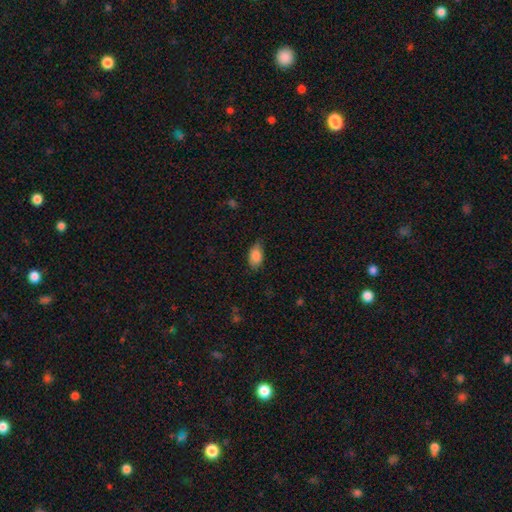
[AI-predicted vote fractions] smooth 87%, star or artifact 7%, featured or disk 6%. Down the decision tree: how rounded — in between (92%); merging — none (72%).